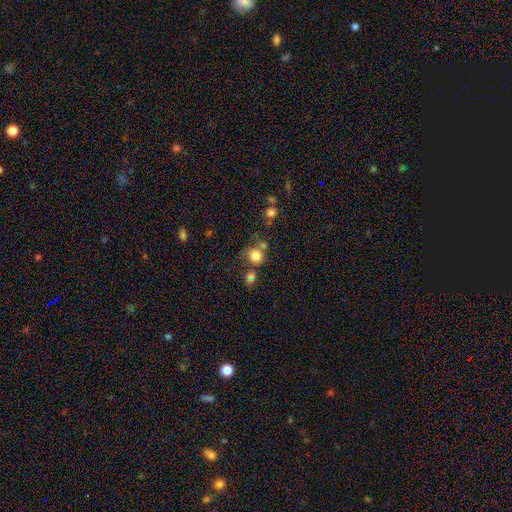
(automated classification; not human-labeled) Overall: smooth (80%). How rounded: round (84%). Merging: none (55%; merger 23%).